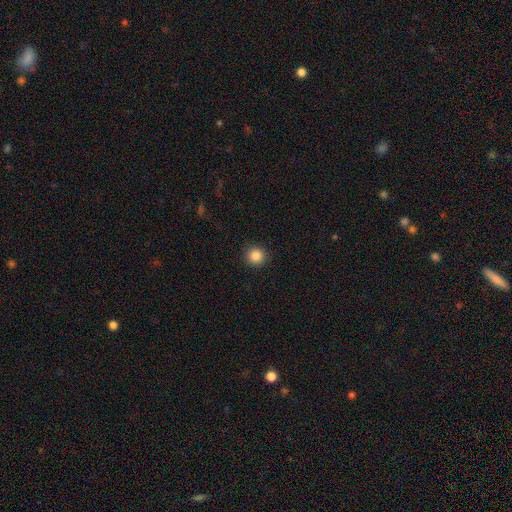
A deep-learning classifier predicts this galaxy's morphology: Overall: smooth (87%). How rounded: round (93%). Merging: none (91%).